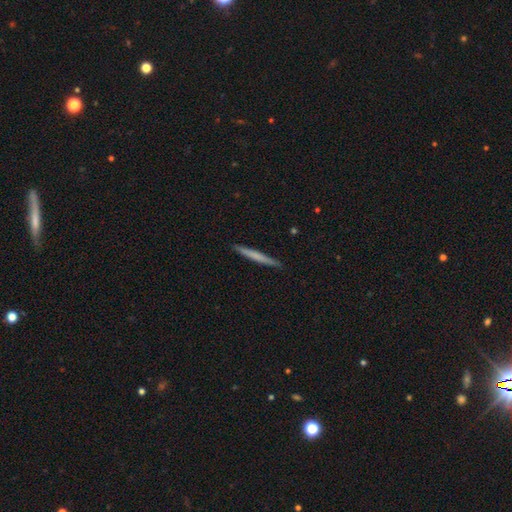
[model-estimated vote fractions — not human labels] A smooth galaxy with no disk features (60%) that is cigar-shaped (97%).

Vote fractions:
- Smooth or featured? smooth: 60% / featured or disk: 35% / star or artifact: 5%
- How rounded? cigar-shaped: 97% / in between: 2% / round: 1%
- Merging? none: 91% / minor disturbance: 7% / major disturbance: 1% / merger: 1%